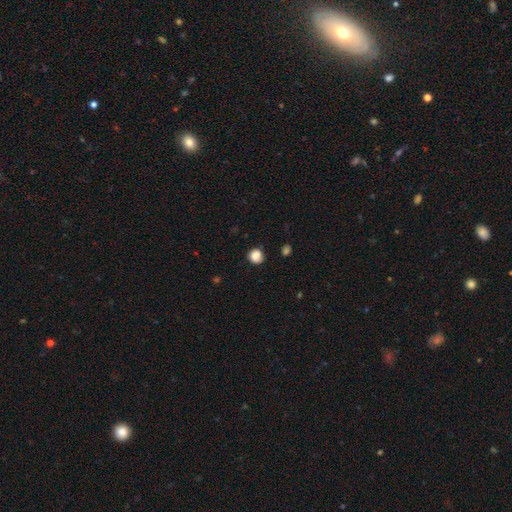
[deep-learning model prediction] smooth-or-featured: smooth: 85% | star or artifact: 10% | featured or disk: 5%
  how-rounded: round: 85% | in between: 14% | cigar-shaped: 1%
  merging: none: 75% | minor disturbance: 18% | major disturbance: 5% | merger: 2%